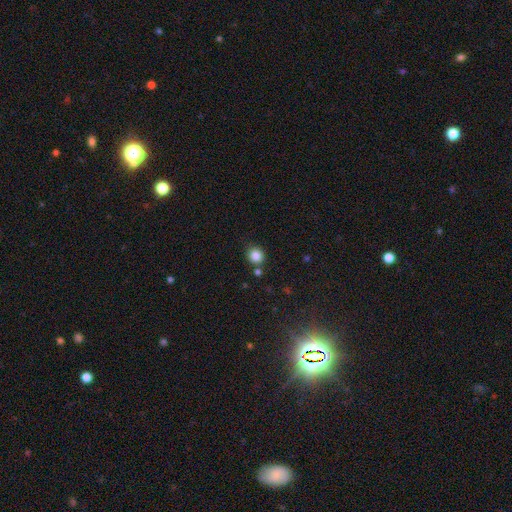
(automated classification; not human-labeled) A smooth galaxy with no disk features (85%) that is round (88%). Merging: none (79%).